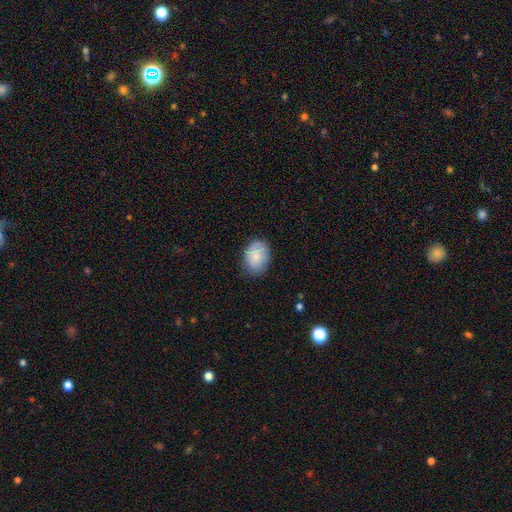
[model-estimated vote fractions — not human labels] Overall: smooth (80%). How rounded: in between (71%). Merging: none (76%).